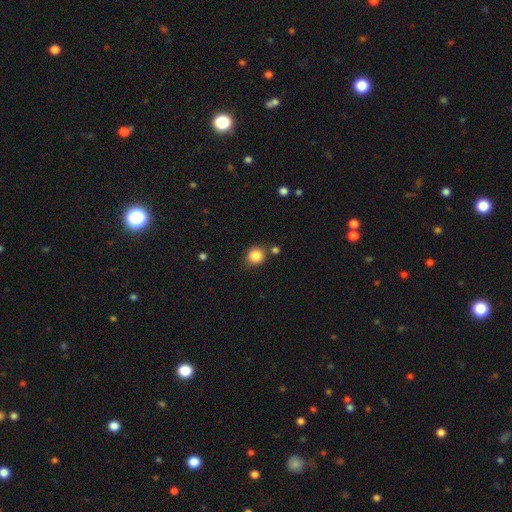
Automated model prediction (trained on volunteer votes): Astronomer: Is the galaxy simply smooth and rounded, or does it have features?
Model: smooth — 86%.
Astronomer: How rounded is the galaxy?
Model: round — 82%.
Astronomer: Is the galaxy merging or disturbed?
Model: none — 76%.